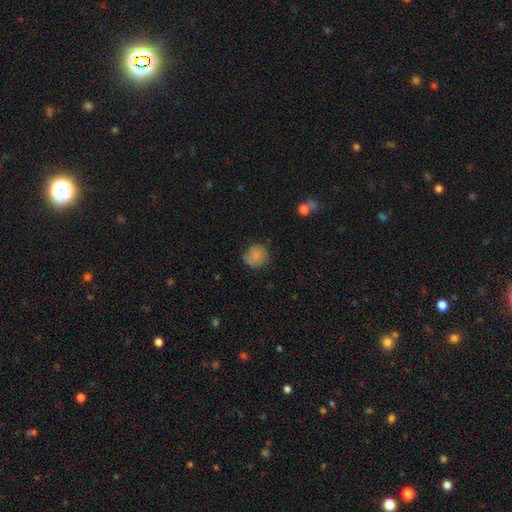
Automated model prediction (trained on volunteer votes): Smooth or featured?
  - smooth: 71% *
  - featured or disk: 20%
  - star or artifact: 9%
How rounded?
  - round: 85% *
  - in between: 14%
  - cigar-shaped: 1%
Merging?
  - none: 67% *
  - minor disturbance: 24%
  - major disturbance: 7%
  - merger: 2%